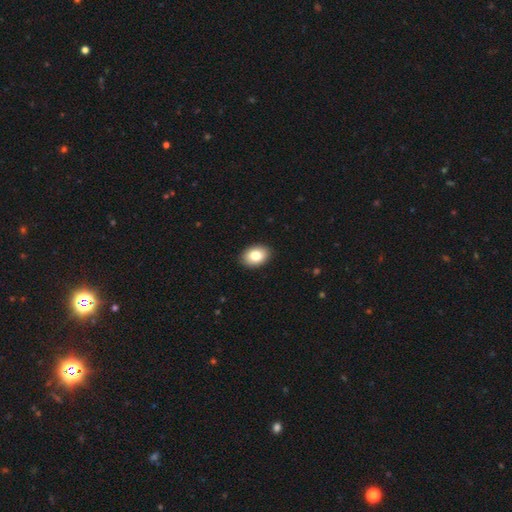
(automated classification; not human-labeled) Smooth or featured?
  - smooth: 81% *
  - featured or disk: 11%
  - star or artifact: 8%
How rounded?
  - in between: 80% *
  - round: 19%
  - cigar-shaped: 1%
Merging?
  - none: 90% *
  - minor disturbance: 7%
  - major disturbance: 2%
  - merger: 1%